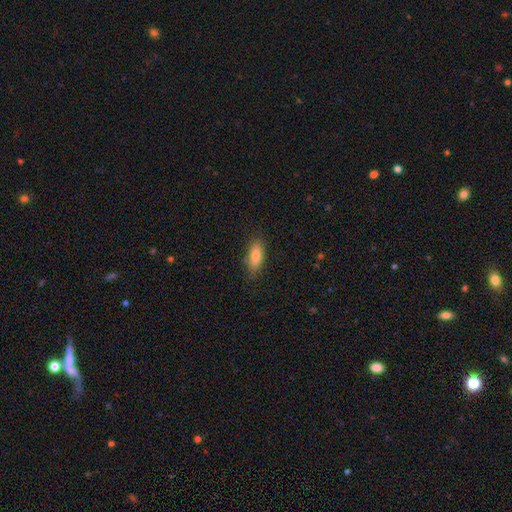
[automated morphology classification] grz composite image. It shows a smooth galaxy with no disk features (81%) that is in between round and cigar-shaped (73%). Merging: none (83%).